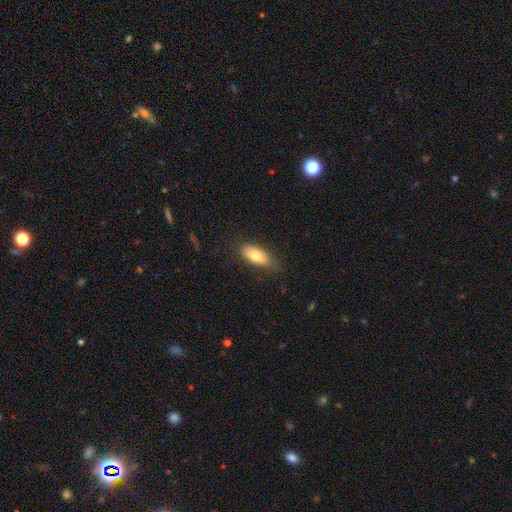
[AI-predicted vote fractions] Smooth or featured: smooth — 76% (featured or disk — 17%)
How rounded: in between — 80% (cigar-shaped — 17%)
Merging: none — 75% (minor disturbance — 19%)